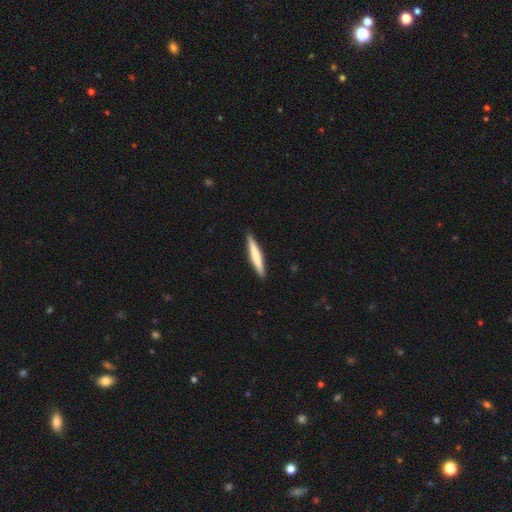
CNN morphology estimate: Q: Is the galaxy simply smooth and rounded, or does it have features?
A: smooth — 63%.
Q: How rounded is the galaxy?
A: cigar-shaped — 95%.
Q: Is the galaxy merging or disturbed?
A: none — 91%.